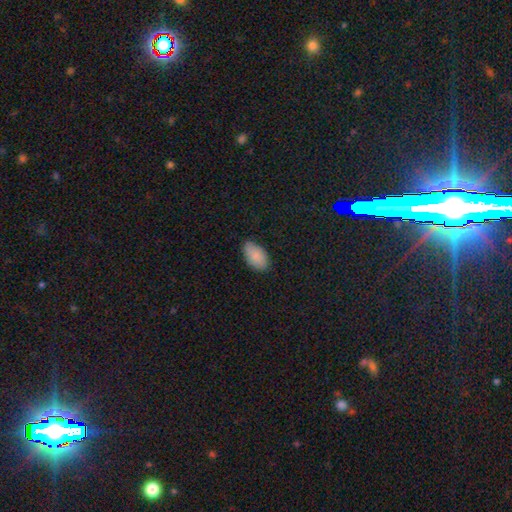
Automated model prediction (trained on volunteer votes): Smooth or featured? Predicted: smooth (p=0.87). How rounded? Predicted: in between (p=0.95). Merging? Predicted: none (p=0.81).